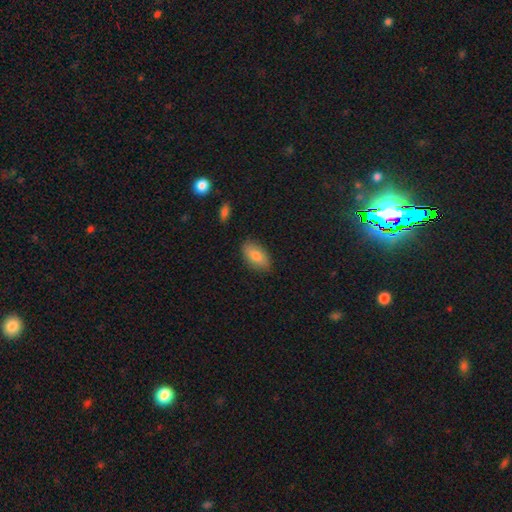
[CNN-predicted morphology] This appears to be a smooth galaxy with no disk features (82%) that is in between round and cigar-shaped (92%). Merging: none (85%).